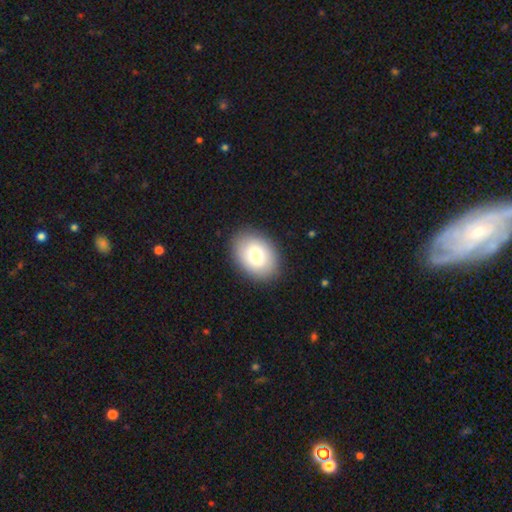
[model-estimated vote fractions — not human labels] Smooth or featured: smooth — 74% (featured or disk — 18%)
How rounded: in between — 70% (round — 29%)
Merging: none — 87% (minor disturbance — 9%)